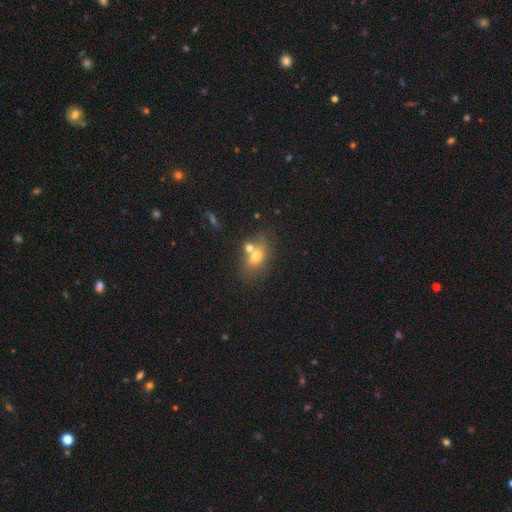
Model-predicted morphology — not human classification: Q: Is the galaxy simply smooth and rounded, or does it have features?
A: smooth — 67%.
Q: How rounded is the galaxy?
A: in between — 70%.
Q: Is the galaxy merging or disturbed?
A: none — 48%.